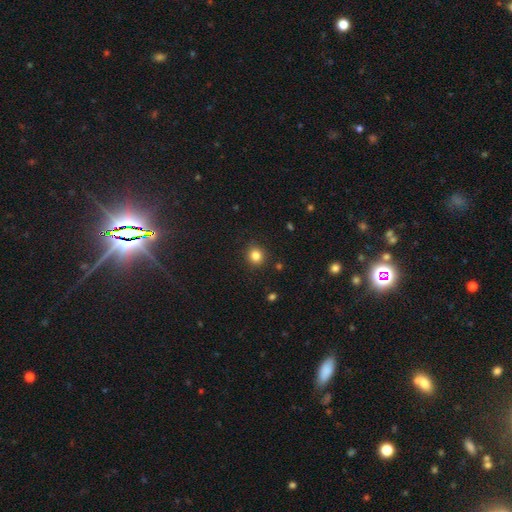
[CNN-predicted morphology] Smooth or featured? smooth (83%)
How rounded? round (90%)
Merging? none (90%)